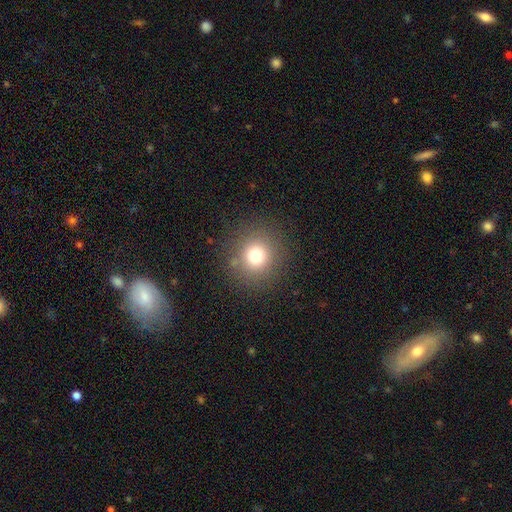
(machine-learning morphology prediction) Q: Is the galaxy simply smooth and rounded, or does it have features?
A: smooth — 75%.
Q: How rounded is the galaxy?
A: round — 92%.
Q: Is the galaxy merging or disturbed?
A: none — 87%.